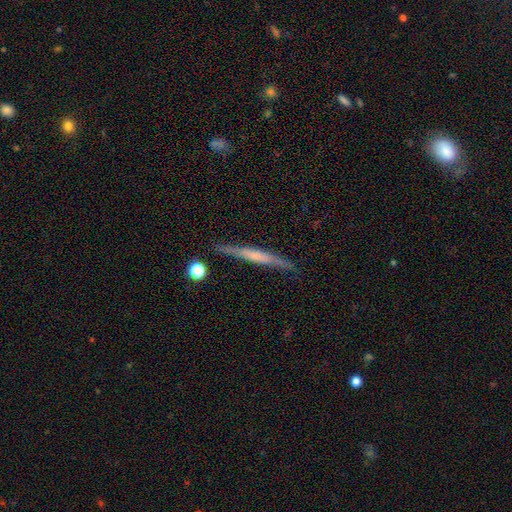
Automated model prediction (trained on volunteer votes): A featured or disk galaxy (56%) viewed edge-on (96%) with no central bulge (54%). Merging: none (85%).